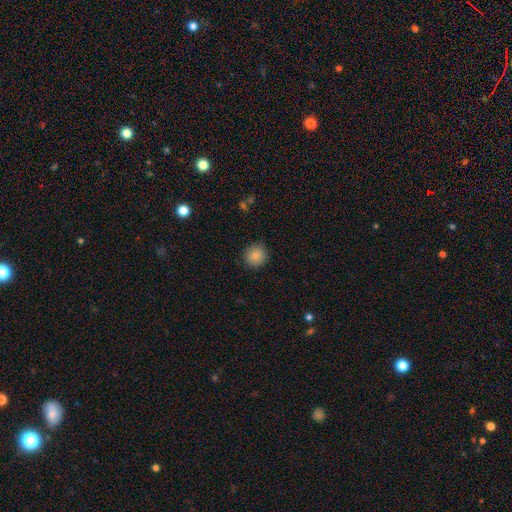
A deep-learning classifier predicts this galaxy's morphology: smooth_or_featured: smooth (p=0.85) [alt: star or artifact p=0.09]
how_rounded: round (p=0.89) [alt: in between p=0.10]
merging: none (p=0.88) [alt: minor disturbance p=0.09]